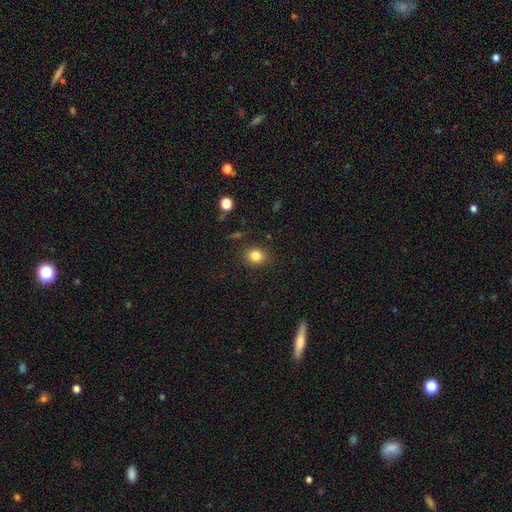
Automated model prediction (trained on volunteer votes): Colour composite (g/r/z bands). It shows a smooth galaxy with no disk features (82%) that is round (72%). Merging: none (87%).